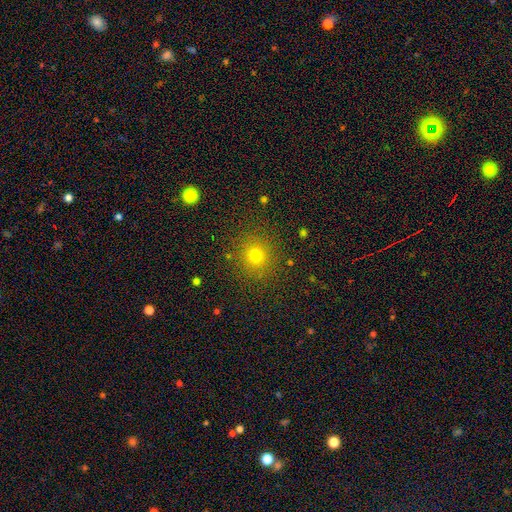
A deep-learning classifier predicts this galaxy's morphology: Smooth or featured? Predicted: smooth (p=0.74). How rounded? Predicted: round (p=0.90). Merging? Predicted: none (p=0.88).